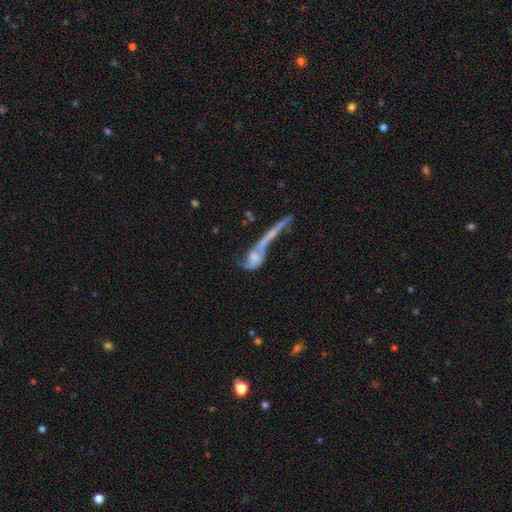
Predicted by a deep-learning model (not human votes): A featured or disk galaxy (55%).

Vote fractions:
- Smooth or featured? featured or disk: 55% / smooth: 35% / star or artifact: 10%
- Edge-on disk? no: 77% / yes: 23%
- Merging? merger: 56% / major disturbance: 18% / none: 17% / minor disturbance: 9%